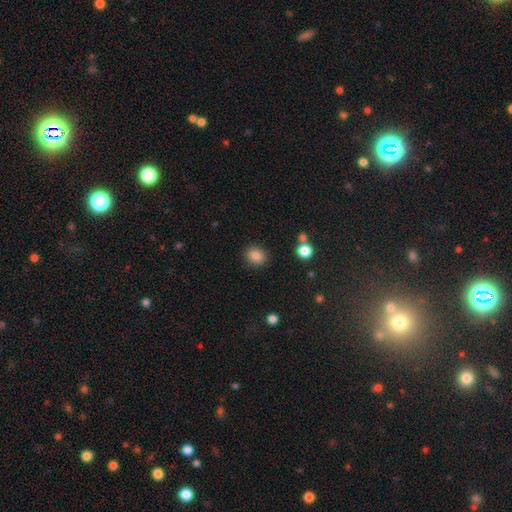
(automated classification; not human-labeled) This is clearly a smooth galaxy (85%). How rounded: likely round (69%). Merging: clearly none (87%).